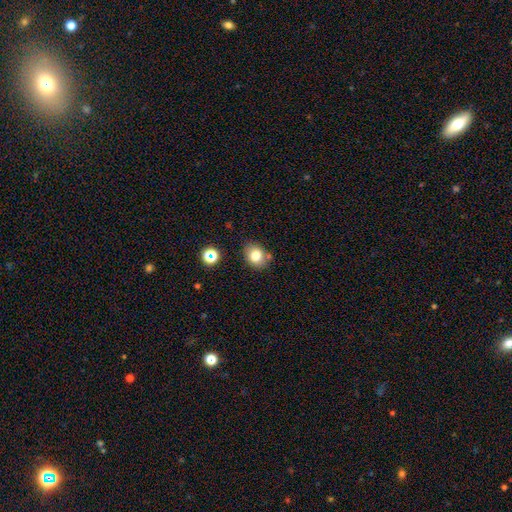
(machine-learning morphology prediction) A smooth galaxy with no disk features (78%) that is round (51%). Merging: none (76%).